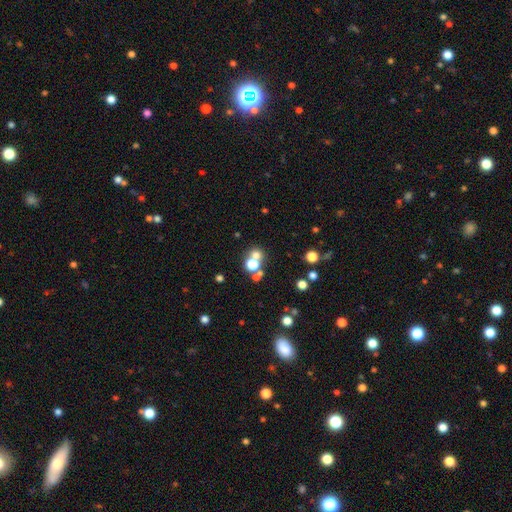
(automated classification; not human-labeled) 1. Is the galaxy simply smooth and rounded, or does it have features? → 63% smooth, 25% star or artifact, 12% featured or disk.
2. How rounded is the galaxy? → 82% round, 17% in between, 1% cigar-shaped.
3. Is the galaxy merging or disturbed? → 51% none, 37% merger, 7% minor disturbance, 5% major disturbance.